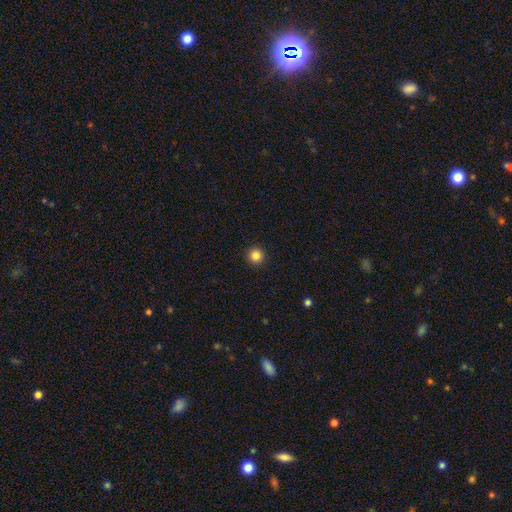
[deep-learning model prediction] Overall: smooth (85%). How rounded: round (96%). Merging: none (93%).